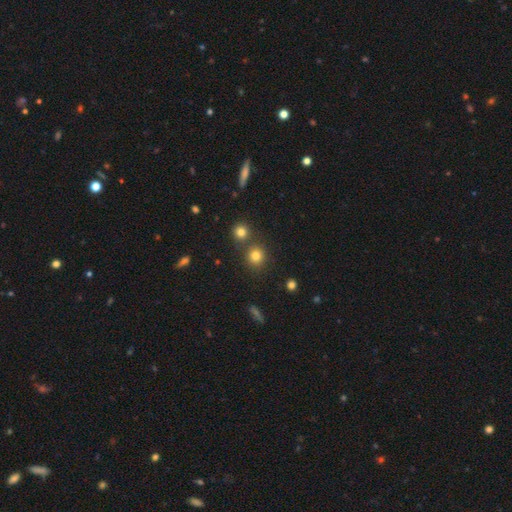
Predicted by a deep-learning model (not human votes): smooth-or-featured: smooth: 79% | star or artifact: 14% | featured or disk: 6%
  how-rounded: round: 90% | in between: 9% | cigar-shaped: 1%
  merging: none: 75% | merger: 15% | minor disturbance: 7% | major disturbance: 3%